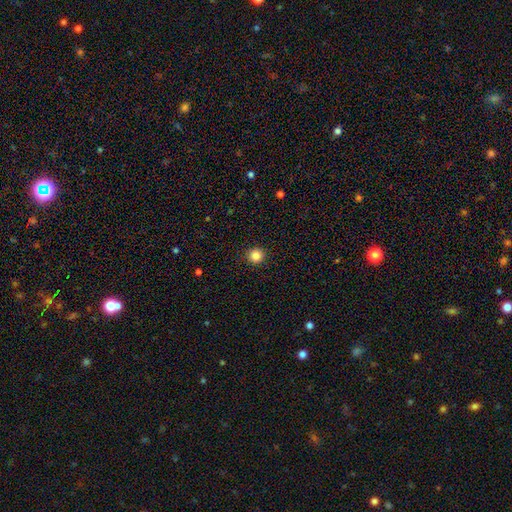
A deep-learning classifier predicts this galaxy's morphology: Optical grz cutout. It shows a smooth galaxy with no disk features (85%) that is round (94%). Merging: none (93%).